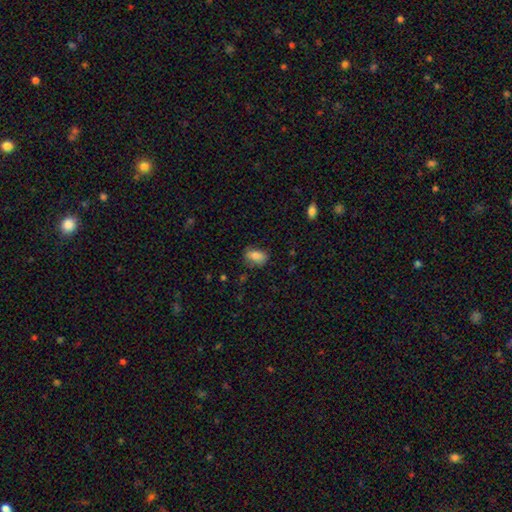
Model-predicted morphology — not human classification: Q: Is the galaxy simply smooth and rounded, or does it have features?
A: smooth — 80%.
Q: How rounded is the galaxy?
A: in between — 85%.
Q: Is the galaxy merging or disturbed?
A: none — 71%.